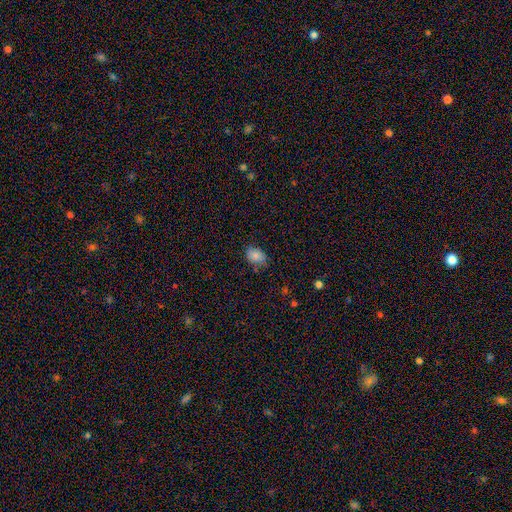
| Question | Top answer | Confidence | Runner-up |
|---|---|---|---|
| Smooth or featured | smooth | 95% | star or artifact (5%) |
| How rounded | in between | 72% | round (28%) |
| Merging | none | 75% | minor disturbance (19%) |